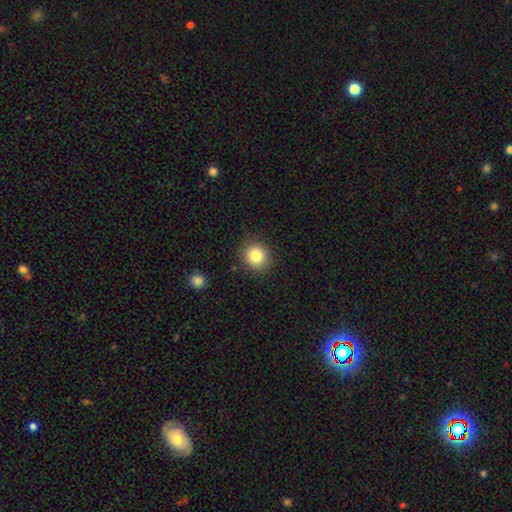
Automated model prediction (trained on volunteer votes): Smooth or featured? Predicted: smooth (p=0.83). How rounded? Predicted: round (p=0.89). Merging? Predicted: none (p=0.88).